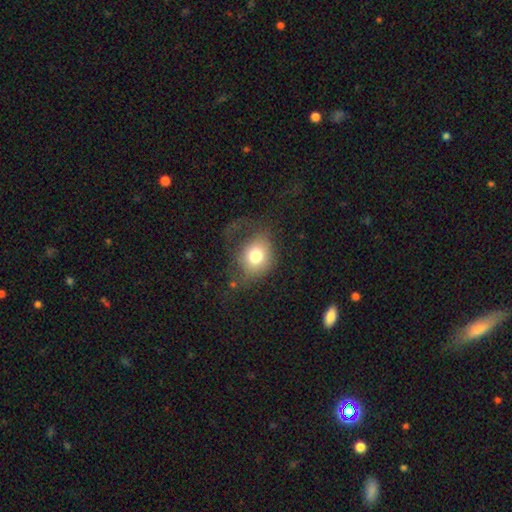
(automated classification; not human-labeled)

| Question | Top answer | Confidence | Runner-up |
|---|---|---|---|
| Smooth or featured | smooth | 71% | featured or disk (18%) |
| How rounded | round | 55% | in between (44%) |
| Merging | none | 42% | major disturbance (33%) |